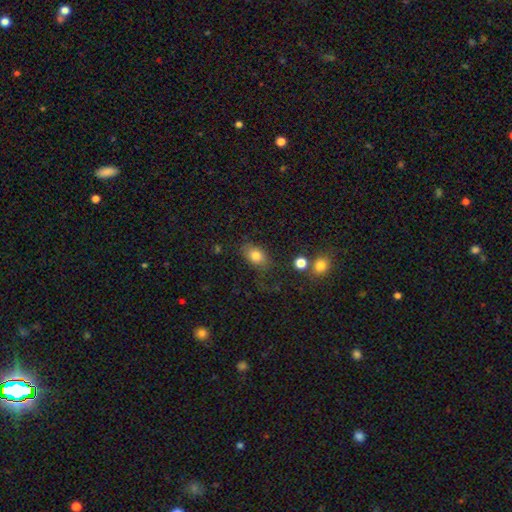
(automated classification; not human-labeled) Overall: smooth (81%). How rounded: in between (78%). Merging: none (68%).